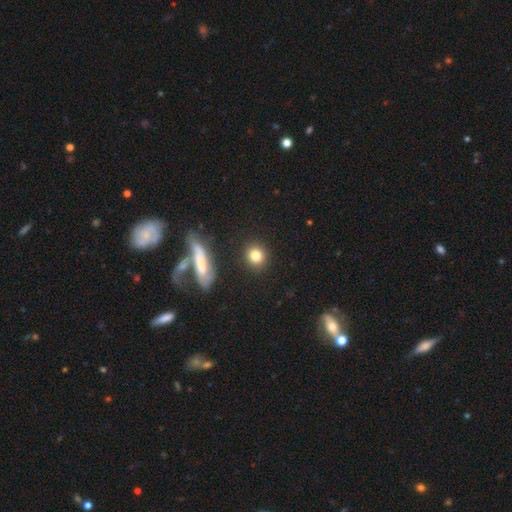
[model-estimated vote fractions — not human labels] smooth_or_featured: smooth (p=0.82) [alt: star or artifact p=0.10]
how_rounded: round (p=0.84) [alt: in between p=0.14]
merging: none (p=0.87) [alt: minor disturbance p=0.07]